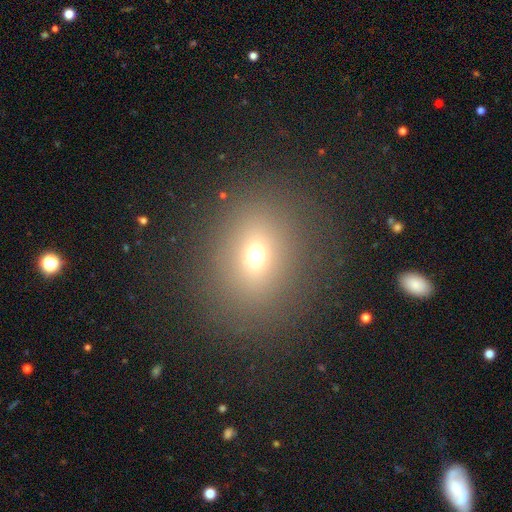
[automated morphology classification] smooth 66%, star or artifact 21%, featured or disk 13%. Down the decision tree: how rounded — round (58%); merging — none (83%).